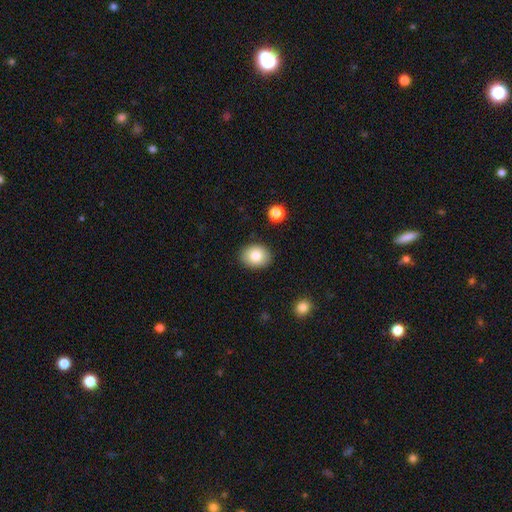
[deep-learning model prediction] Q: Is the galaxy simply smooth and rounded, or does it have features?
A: smooth — 82%.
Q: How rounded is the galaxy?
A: in between — 50%, tied with round.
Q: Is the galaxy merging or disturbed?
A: none — 88%.